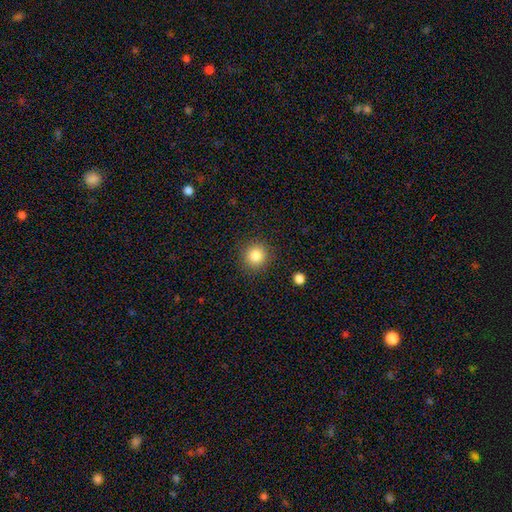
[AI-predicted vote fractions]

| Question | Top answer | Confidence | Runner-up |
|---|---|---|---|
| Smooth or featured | smooth | 84% | star or artifact (10%) |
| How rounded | round | 93% | in between (6%) |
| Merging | none | 89% | minor disturbance (7%) |